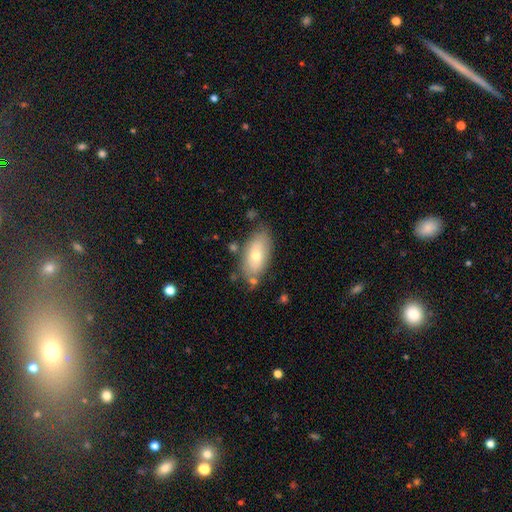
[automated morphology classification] This appears to be a smooth galaxy with no disk features (65%) that is in between round and cigar-shaped (89%). Merging: none (72%).